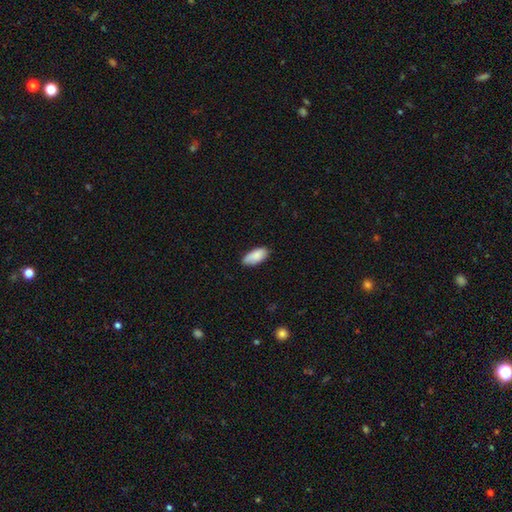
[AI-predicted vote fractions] smooth_or_featured: smooth (p=0.87) [alt: featured or disk p=0.07]
how_rounded: in between (p=0.90) [alt: cigar-shaped p=0.08]
merging: none (p=0.79) [alt: minor disturbance p=0.17]